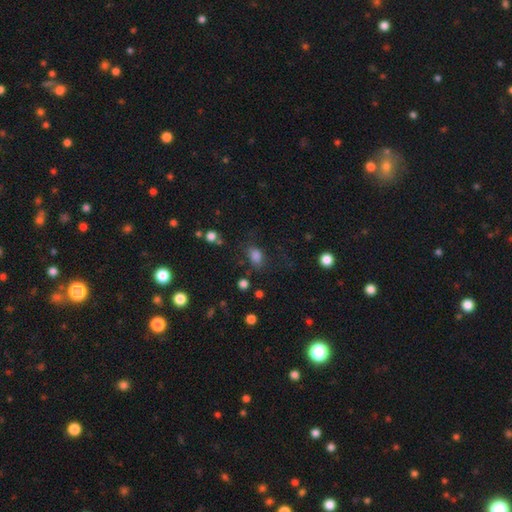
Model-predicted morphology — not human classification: A smooth galaxy with no disk features (79%) that is in between round and cigar-shaped (70%).

Vote fractions:
- Smooth or featured? smooth: 79% / star or artifact: 14% / featured or disk: 7%
- How rounded? in between: 70% / round: 28% / cigar-shaped: 2%
- Merging? none: 60% / minor disturbance: 21% / major disturbance: 14% / merger: 4%